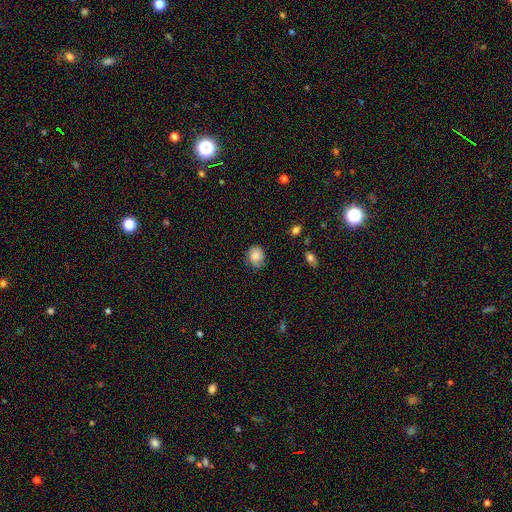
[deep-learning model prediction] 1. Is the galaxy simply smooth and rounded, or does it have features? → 85% smooth, 9% star or artifact, 7% featured or disk.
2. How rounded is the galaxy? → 66% round, 33% in between, 1% cigar-shaped.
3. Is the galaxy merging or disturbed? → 73% none, 22% minor disturbance, 4% major disturbance, 1% merger.